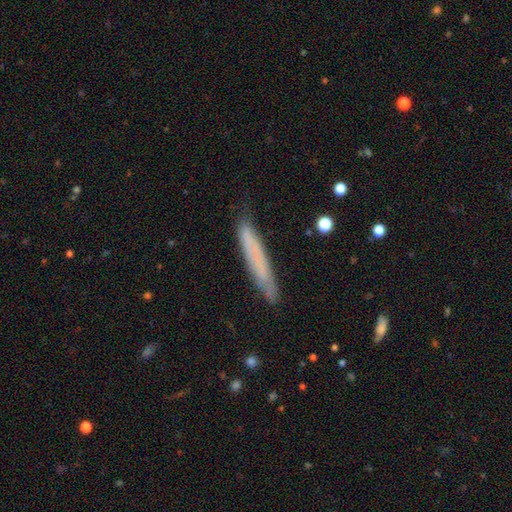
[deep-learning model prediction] The model was most divided on "smooth or featured": smooth: 63%, featured or disk: 29%, star or artifact: 8%. More confident: how rounded — cigar-shaped (93%); merging — none (79%).